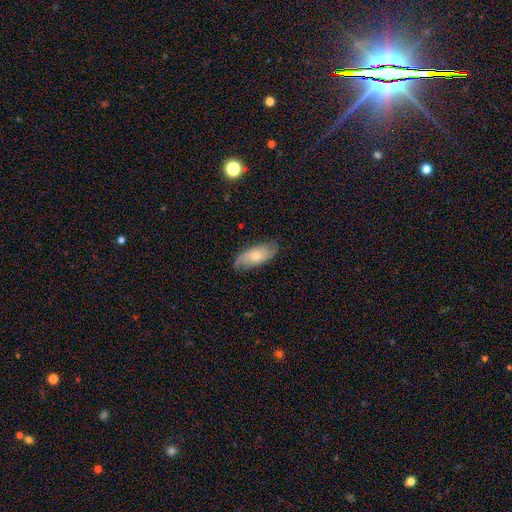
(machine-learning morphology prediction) Smooth or featured? Predicted: smooth (p=0.52). How rounded? Predicted: in between (p=0.83). Merging? Predicted: none (p=0.77).